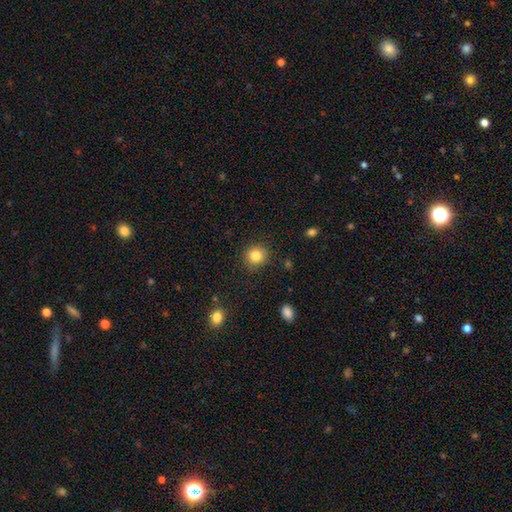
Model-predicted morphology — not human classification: smooth_or_featured: smooth (p=0.84) [alt: star or artifact p=0.11]
how_rounded: round (p=0.87) [alt: in between p=0.12]
merging: none (p=0.87) [alt: minor disturbance p=0.09]